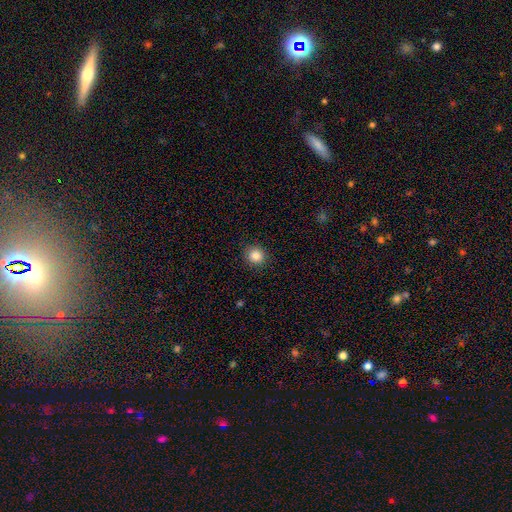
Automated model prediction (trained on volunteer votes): Overall: smooth (85%). How rounded: round (88%). Merging: none (90%).